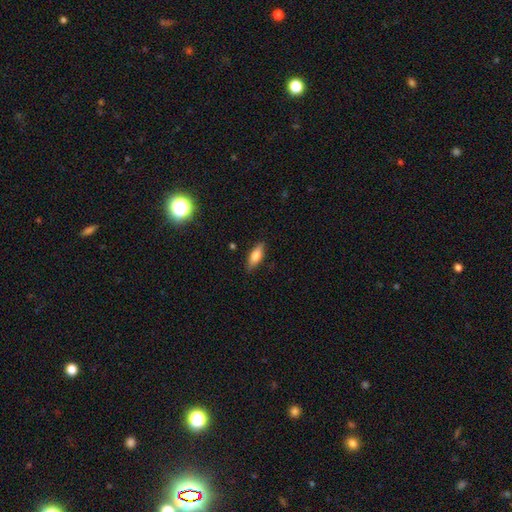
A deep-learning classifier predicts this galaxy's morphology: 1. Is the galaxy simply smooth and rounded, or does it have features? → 68% smooth, 24% featured or disk, 7% star or artifact.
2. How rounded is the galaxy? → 61% in between, 36% cigar-shaped, 3% round.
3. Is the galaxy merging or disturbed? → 84% none, 12% minor disturbance, 2% major disturbance, 1% merger.